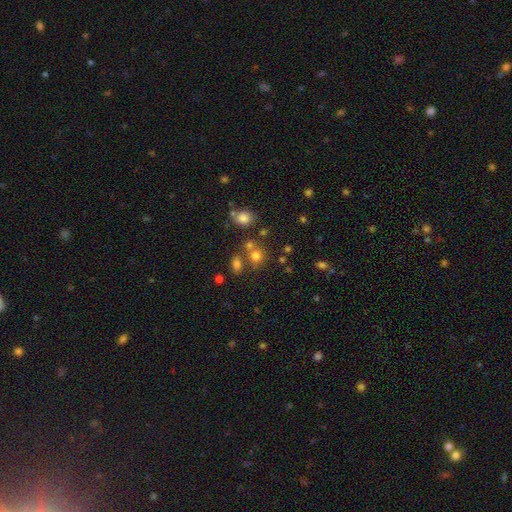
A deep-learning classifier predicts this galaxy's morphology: smooth 71%, star or artifact 20%, featured or disk 10%. Down the decision tree: how rounded — round (76%); merging — none (59%).